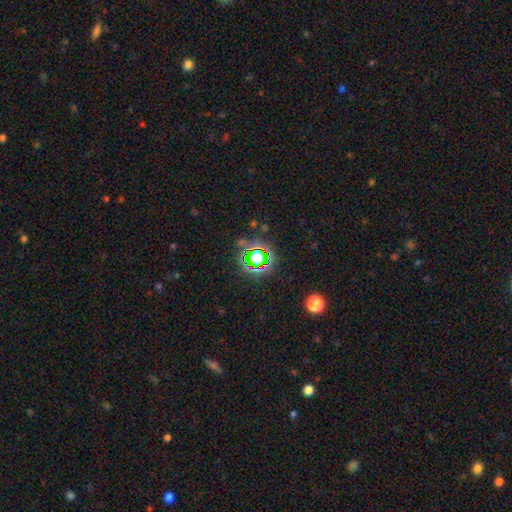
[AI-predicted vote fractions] smooth_or_featured: star or artifact (p=0.75) [alt: smooth p=0.16]